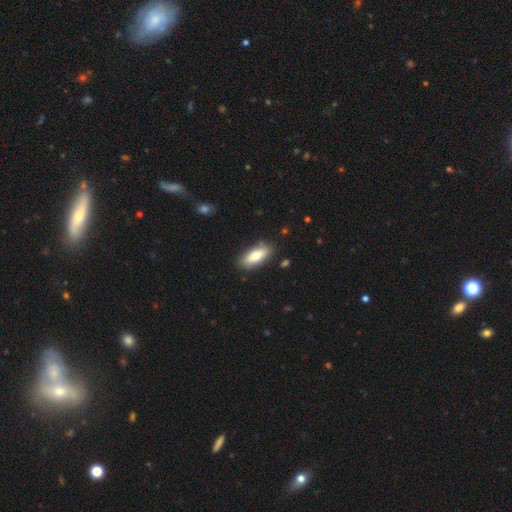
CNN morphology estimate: This appears to be a smooth galaxy with no disk features (78%) that is in between round and cigar-shaped (81%). Merging: none (85%).